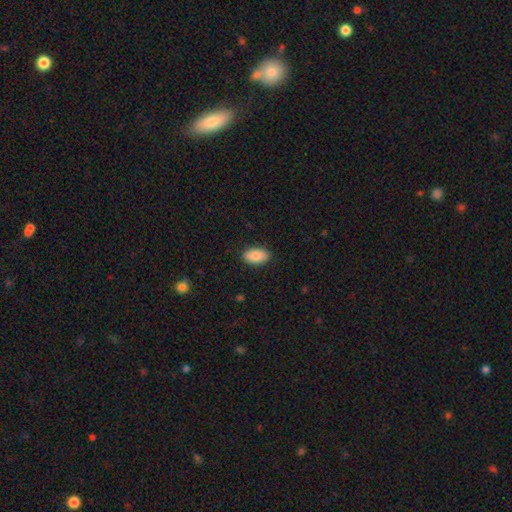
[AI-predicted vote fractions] The model was most divided on "merging": none: 88%, minor disturbance: 9%, major disturbance: 2%, merger: 1%. More confident: how rounded — in between (94%); smooth or featured — smooth (86%).